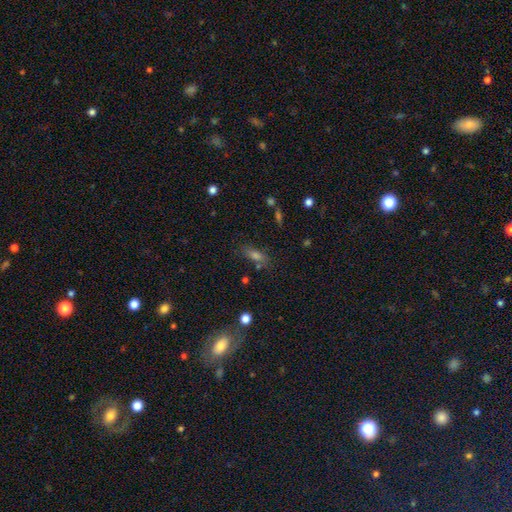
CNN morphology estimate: smooth_or_featured: smooth (p=0.59) [alt: star or artifact p=0.24]
how_rounded: in between (p=0.66) [alt: cigar-shaped p=0.24]
merging: none (p=0.69) [alt: minor disturbance p=0.15]